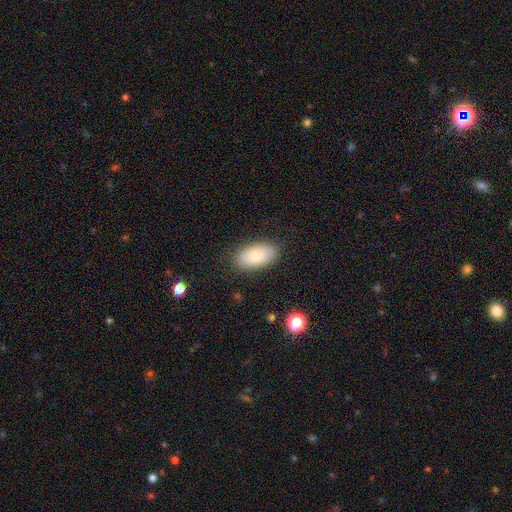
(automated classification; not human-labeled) A smooth galaxy with no disk features (78%) that is in between round and cigar-shaped (93%). Merging: none (85%).